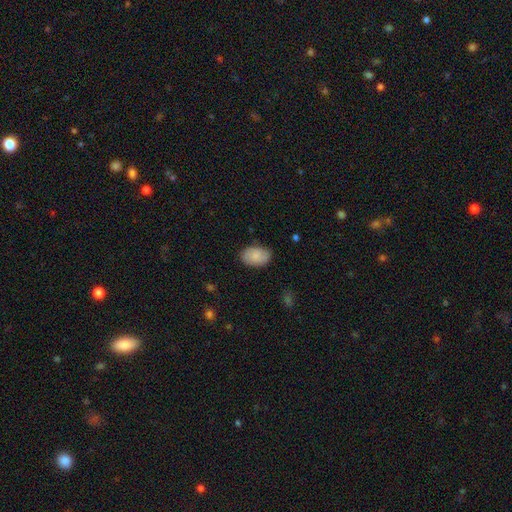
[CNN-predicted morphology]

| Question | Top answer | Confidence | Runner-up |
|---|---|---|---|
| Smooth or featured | smooth | 82% | featured or disk (12%) |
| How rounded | in between | 87% | round (12%) |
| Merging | none | 82% | minor disturbance (14%) |